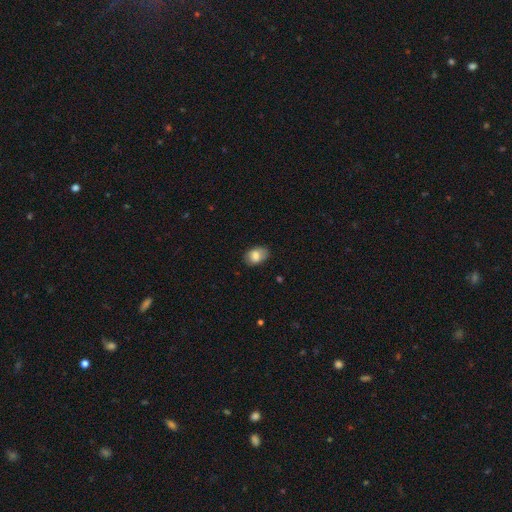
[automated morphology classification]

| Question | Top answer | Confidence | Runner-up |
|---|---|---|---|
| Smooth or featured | smooth | 79% | featured or disk (13%) |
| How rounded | in between | 82% | round (17%) |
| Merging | none | 76% | minor disturbance (18%) |